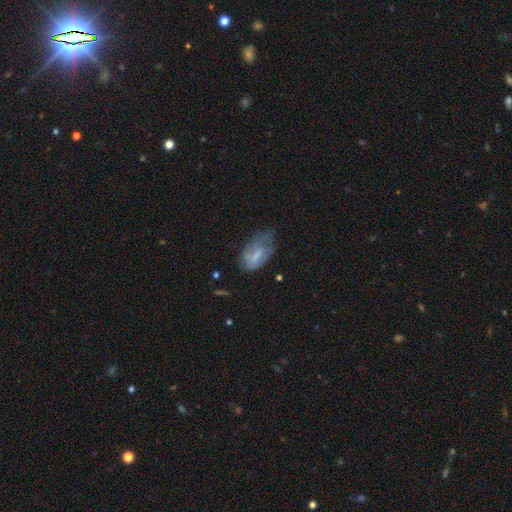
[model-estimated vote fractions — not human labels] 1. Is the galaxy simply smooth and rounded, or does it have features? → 55% smooth, 36% featured or disk, 8% star or artifact.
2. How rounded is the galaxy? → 91% in between, 5% round, 4% cigar-shaped.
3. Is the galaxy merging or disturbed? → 39% minor disturbance, 32% none, 26% major disturbance, 3% merger.